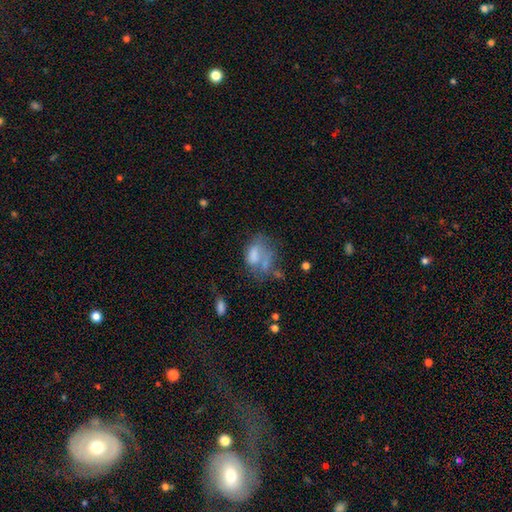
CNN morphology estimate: type=smooth (58%); roundness=in between (76%); merging=major disturbance (34%).